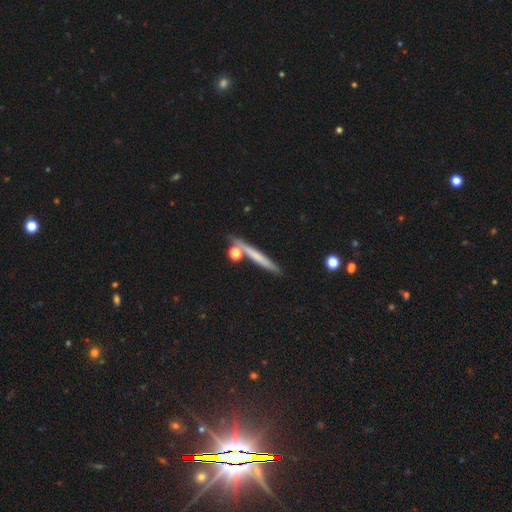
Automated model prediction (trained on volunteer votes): Morphology: type=smooth (55%); roundness=cigar-shaped (92%); merging=none (79%).